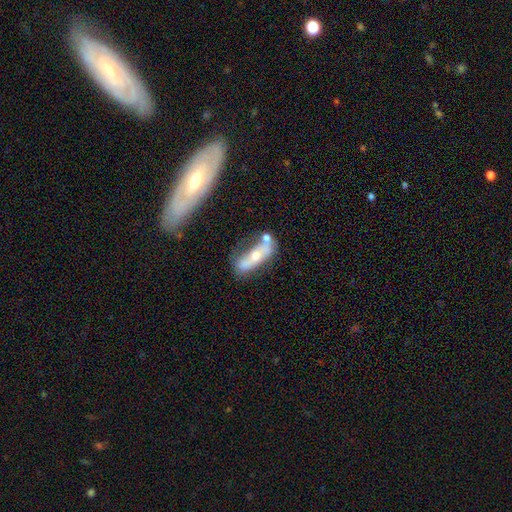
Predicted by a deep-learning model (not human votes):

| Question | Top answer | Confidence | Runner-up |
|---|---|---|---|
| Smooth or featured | featured or disk | 54% | smooth (39%) |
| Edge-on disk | no | 63% | yes (37%) |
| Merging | none | 42% | merger (24%) |